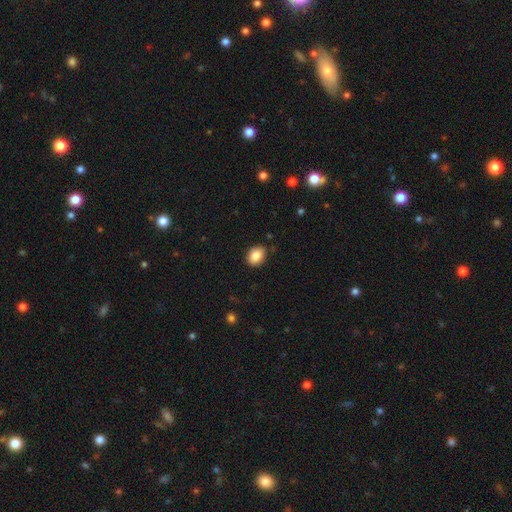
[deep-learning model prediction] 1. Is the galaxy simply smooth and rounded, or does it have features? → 86% smooth, 8% star or artifact, 5% featured or disk.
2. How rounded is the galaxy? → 60% in between, 39% round, 1% cigar-shaped.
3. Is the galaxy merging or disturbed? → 83% none, 13% minor disturbance, 2% major disturbance, 1% merger.